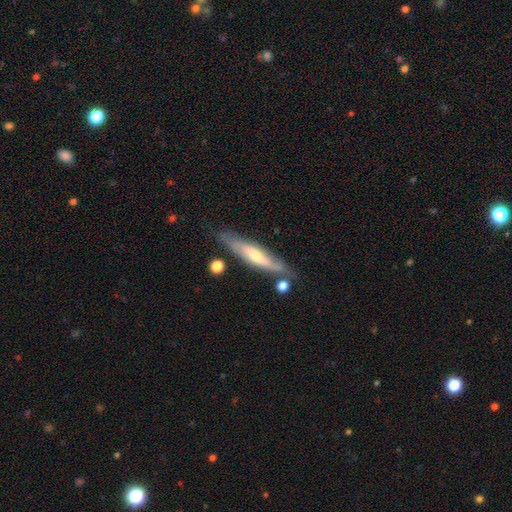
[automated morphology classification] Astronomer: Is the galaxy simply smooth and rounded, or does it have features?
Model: featured or disk — 62%.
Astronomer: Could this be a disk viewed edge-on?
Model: yes — 79%.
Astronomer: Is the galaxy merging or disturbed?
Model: none — 75%.